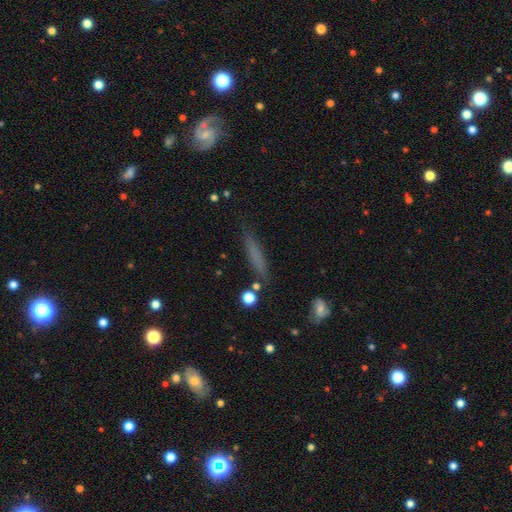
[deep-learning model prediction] Smooth or featured? smooth (63%)
How rounded? cigar-shaped (88%)
Merging? none (80%)